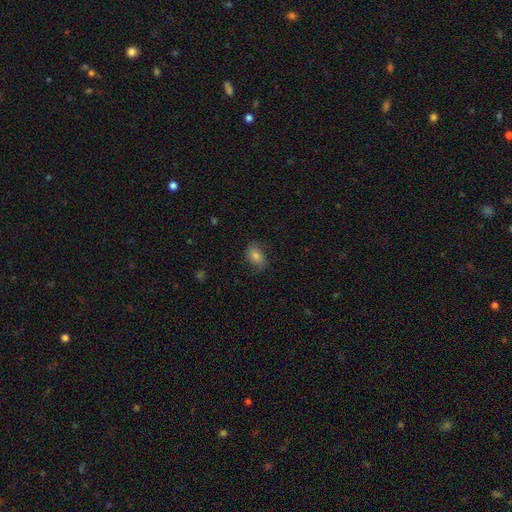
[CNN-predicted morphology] Q: Smooth or featured?
A: smooth (71%); runner-up: featured or disk (17%)
Q: How rounded?
A: in between (77%); runner-up: round (21%)
Q: Merging?
A: none (75%); runner-up: minor disturbance (18%)